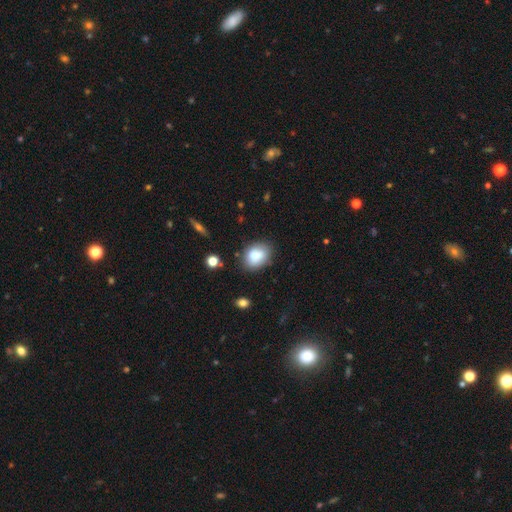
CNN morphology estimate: This is clearly a smooth galaxy (83%). How rounded: likely in between (65%). Merging: likely none (72%).